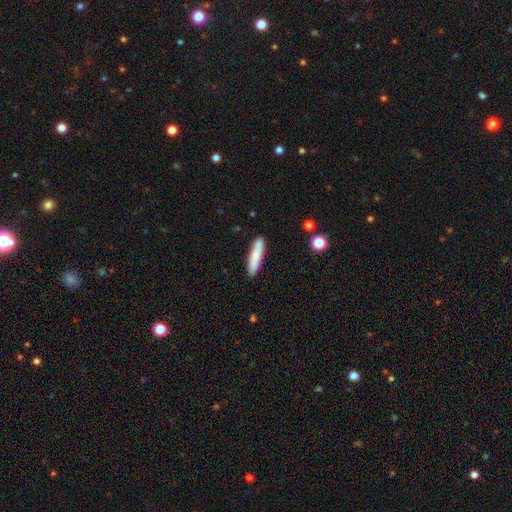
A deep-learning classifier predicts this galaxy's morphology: The model was most divided on "smooth or featured": smooth: 80%, featured or disk: 14%, star or artifact: 6%. More confident: merging — none (85%); how rounded — cigar-shaped (83%).